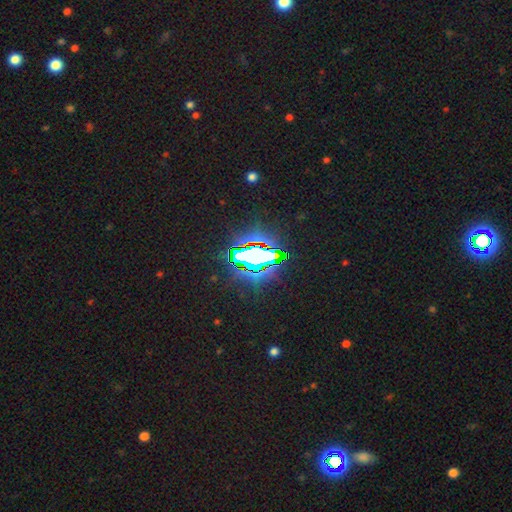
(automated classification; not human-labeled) Smooth or featured? Predicted: star or artifact (p=0.75).